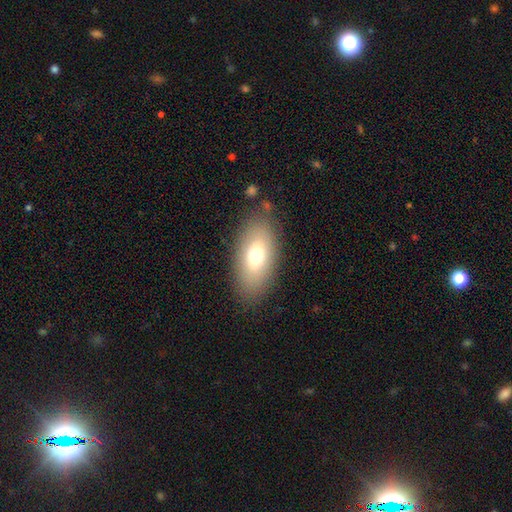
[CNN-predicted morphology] A smooth galaxy with no disk features (70%) that is in between round and cigar-shaped (90%). Merging: none (83%).